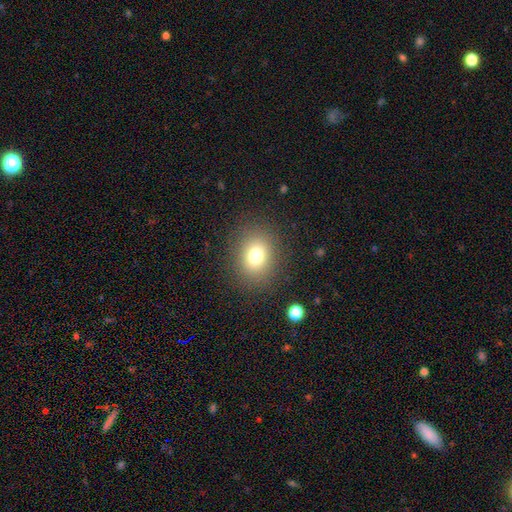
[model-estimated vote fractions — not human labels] This appears to be a smooth galaxy with no disk features (76%) that is round (55%). Merging: none (86%).